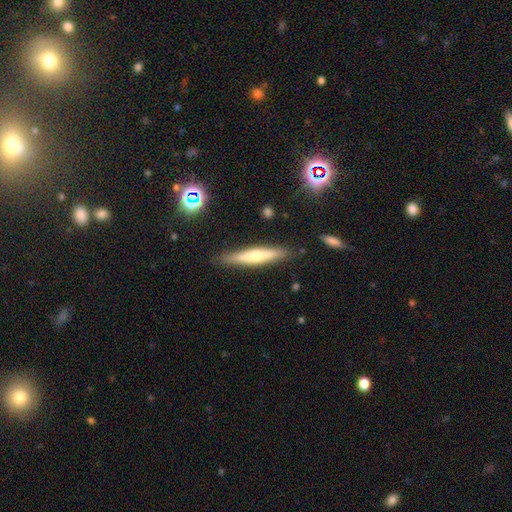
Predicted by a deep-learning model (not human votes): A smooth galaxy with no disk features (50%).

Vote fractions:
- Smooth or featured? smooth: 50% / featured or disk: 44% / star or artifact: 6%
- Merging? none: 85% / minor disturbance: 11% / major disturbance: 2% / merger: 2%